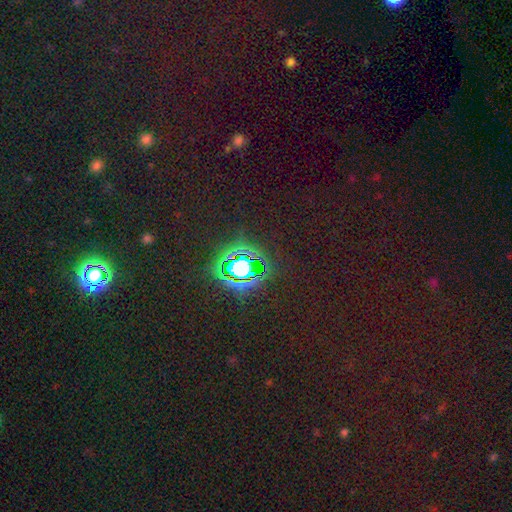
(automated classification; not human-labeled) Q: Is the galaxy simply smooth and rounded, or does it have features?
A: star or artifact — 72%.